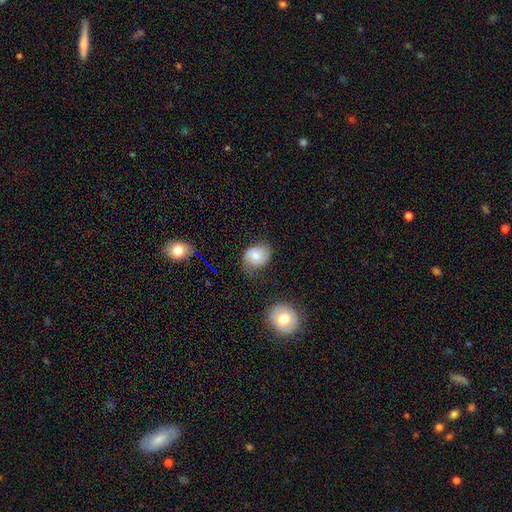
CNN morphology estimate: Smooth or featured? smooth (62%)
How rounded? in between (55%)
Merging? none (57%)